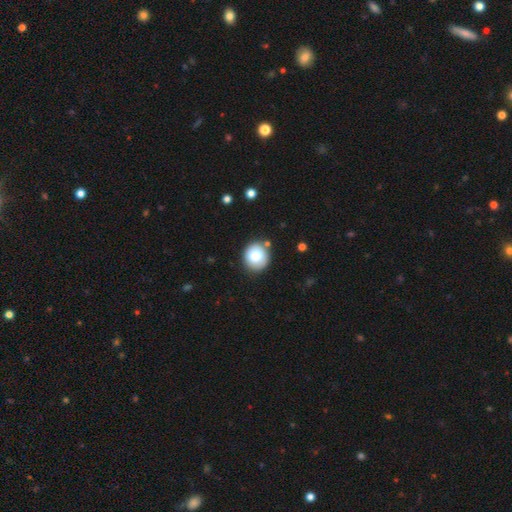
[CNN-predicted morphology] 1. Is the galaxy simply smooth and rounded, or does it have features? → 79% smooth, 12% featured or disk, 9% star or artifact.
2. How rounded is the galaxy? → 83% round, 16% in between, 1% cigar-shaped.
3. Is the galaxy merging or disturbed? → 84% none, 10% minor disturbance, 3% merger, 3% major disturbance.